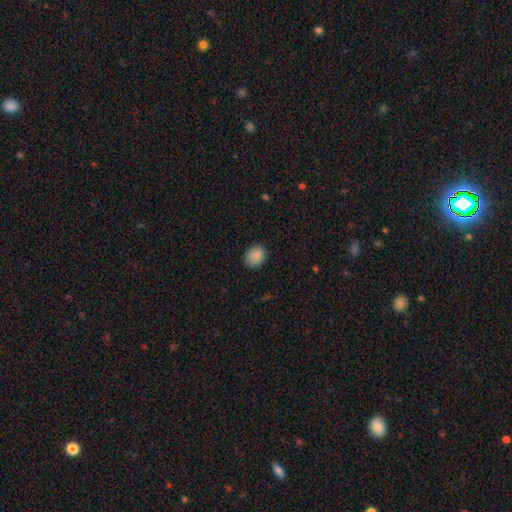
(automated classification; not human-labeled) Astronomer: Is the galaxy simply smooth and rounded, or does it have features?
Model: smooth — 89%.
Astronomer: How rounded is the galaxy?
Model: in between — 50% (runner-up: round, 49%).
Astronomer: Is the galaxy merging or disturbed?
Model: none — 86%.